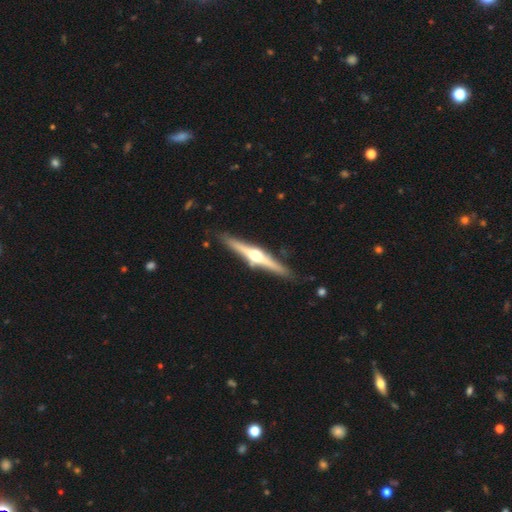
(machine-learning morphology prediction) Smooth or featured? Predicted: featured or disk (p=0.78). Edge-on disk? Predicted: yes (p=0.98). Edge-on bulge? Predicted: rounded (p=0.95). Merging? Predicted: none (p=0.87).